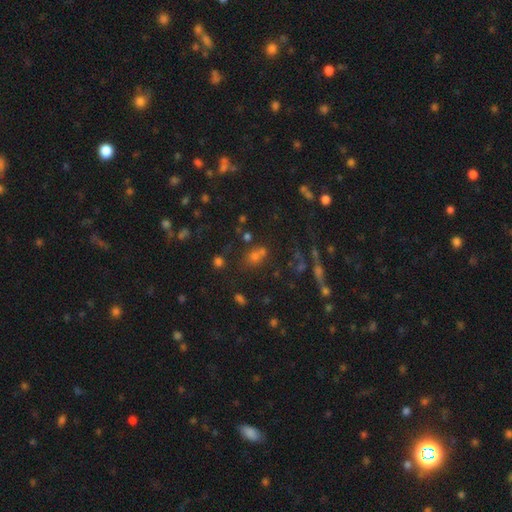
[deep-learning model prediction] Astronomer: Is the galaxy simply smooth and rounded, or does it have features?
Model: smooth — 50% (runner-up: star or artifact, 38%).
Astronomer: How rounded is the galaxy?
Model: round — 60% (runner-up: in between, 38%).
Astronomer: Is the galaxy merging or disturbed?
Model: none — 58%.